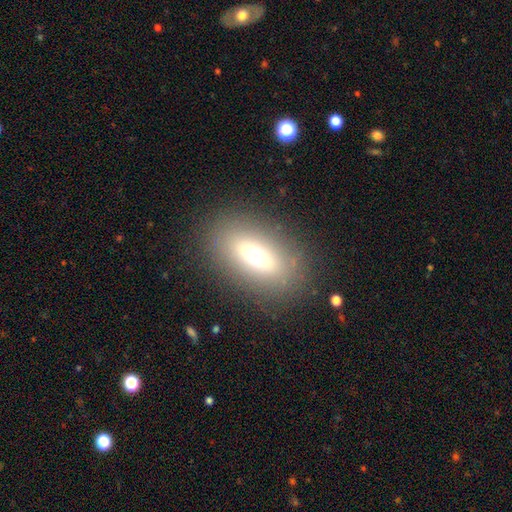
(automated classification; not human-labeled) This appears to be a smooth galaxy with no disk features (61%) that is in between round and cigar-shaped (81%). Merging: none (85%).